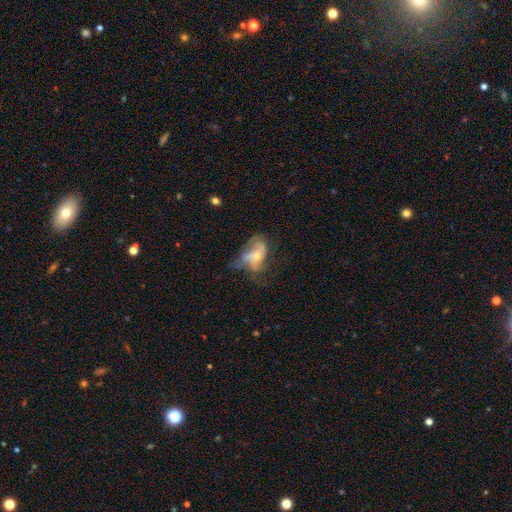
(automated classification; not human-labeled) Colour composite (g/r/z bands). It shows a featured or disk galaxy (63%) with no bar (69%), spiral arms (71%) and a small central bulge (52%). Merging: none (36%).